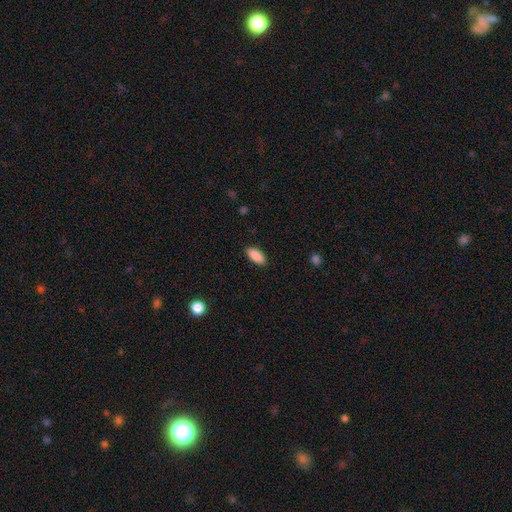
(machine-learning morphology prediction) Smooth or featured: smooth — 90% (star or artifact — 6%)
How rounded: in between — 86% (cigar-shaped — 12%)
Merging: none — 89% (minor disturbance — 8%)